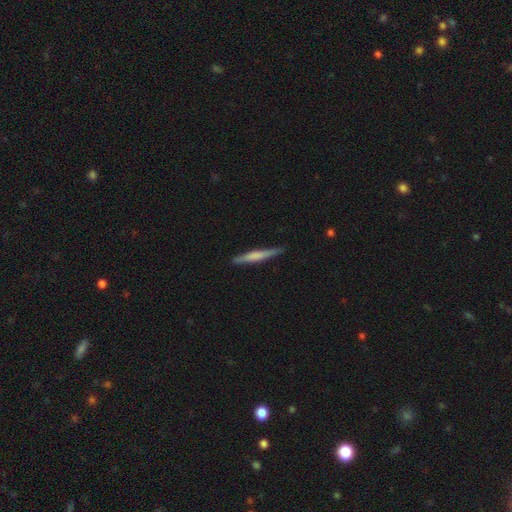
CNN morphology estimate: This appears to be a smooth galaxy with no disk features (54%) that is cigar-shaped (95%). Merging: none (87%).